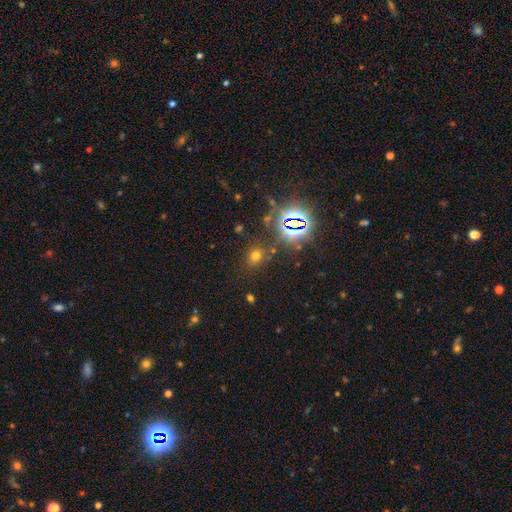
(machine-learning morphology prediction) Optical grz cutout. It shows a smooth galaxy with no disk features (58%) that is round (64%). Merging: none (79%).